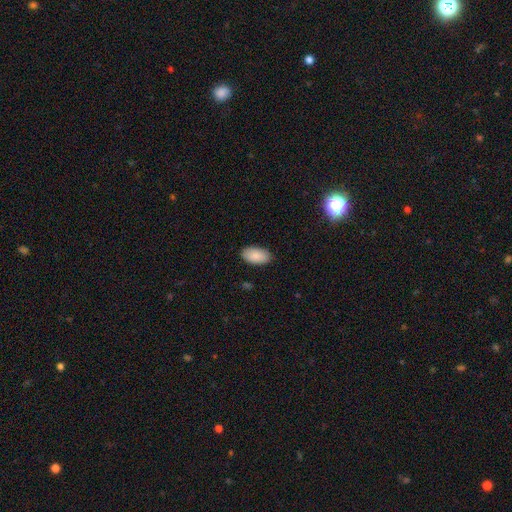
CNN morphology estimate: A smooth galaxy with no disk features (89%) that is in between round and cigar-shaped (95%).

Vote fractions:
- Smooth or featured? smooth: 89% / star or artifact: 6% / featured or disk: 4%
- How rounded? in between: 95% / round: 3% / cigar-shaped: 2%
- Merging? none: 87% / minor disturbance: 10% / major disturbance: 2% / merger: 1%